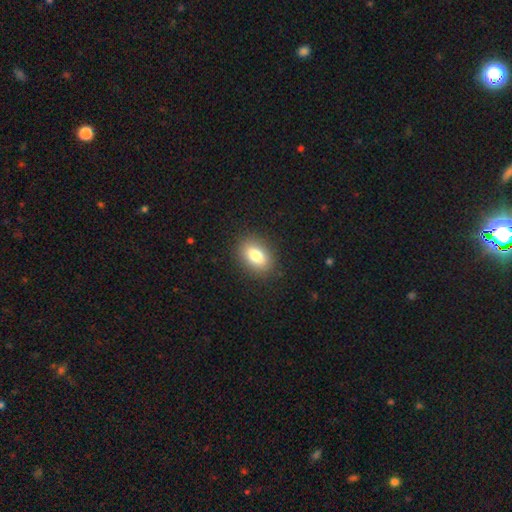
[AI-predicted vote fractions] smooth_or_featured: smooth (p=0.80) [alt: featured or disk p=0.11]
how_rounded: in between (p=0.82) [alt: round p=0.17]
merging: none (p=0.88) [alt: minor disturbance p=0.09]